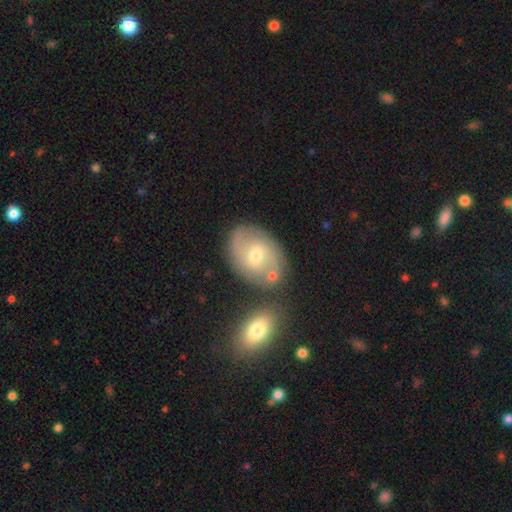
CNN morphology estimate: smooth-or-featured: featured or disk: 71% | smooth: 22% | star or artifact: 7%
  disk-edge-on: no: 96% | yes: 4%
    bar: no: 51% | weak: 41% | strong: 8%
    has-spiral-arms: yes: 88% | no: 12%
      spiral-winding: medium: 48% | tight: 34% | loose: 19%
      spiral-arm-count: 2: 81% | can't tell: 10% | 3: 4% | 1: 2% | 4: 1% | more than 4: 1%
    bulge-size: moderate: 55% | small: 41% | large: 2% | none: 1% | dominant: 1%
  merging: none: 68% | minor disturbance: 14% | merger: 14% | major disturbance: 4%